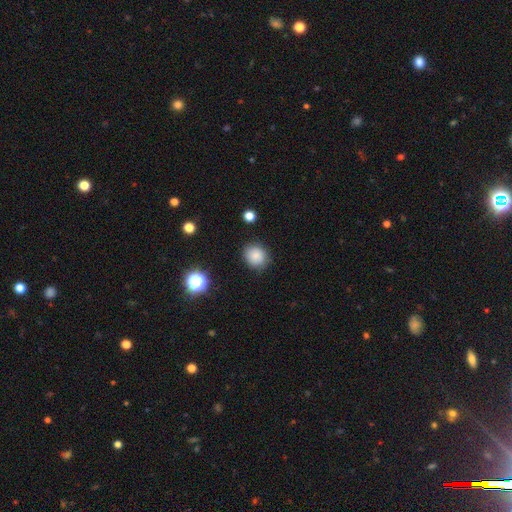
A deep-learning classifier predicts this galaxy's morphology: smooth-or-featured: smooth: 84% | star or artifact: 11% | featured or disk: 5%
  how-rounded: round: 80% | in between: 19% | cigar-shaped: 1%
  merging: none: 85% | minor disturbance: 11% | major disturbance: 3% | merger: 1%